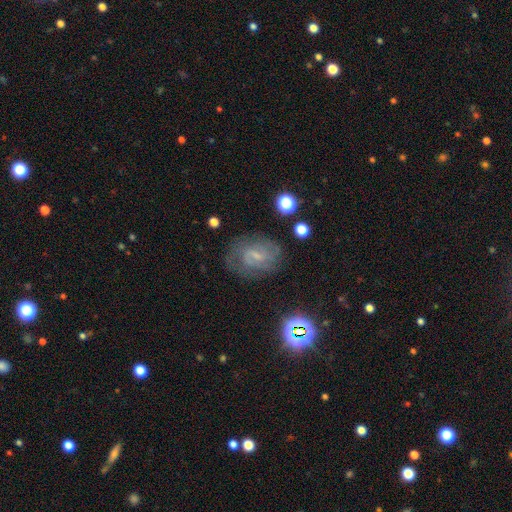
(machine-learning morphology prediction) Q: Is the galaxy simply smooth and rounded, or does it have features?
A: featured or disk — 61%.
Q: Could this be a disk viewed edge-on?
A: no — 96%.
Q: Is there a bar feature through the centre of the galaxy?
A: weak — 56%.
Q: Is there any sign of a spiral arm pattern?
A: yes — 83%.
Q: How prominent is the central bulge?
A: small — 55%.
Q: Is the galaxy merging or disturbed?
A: none — 69%.